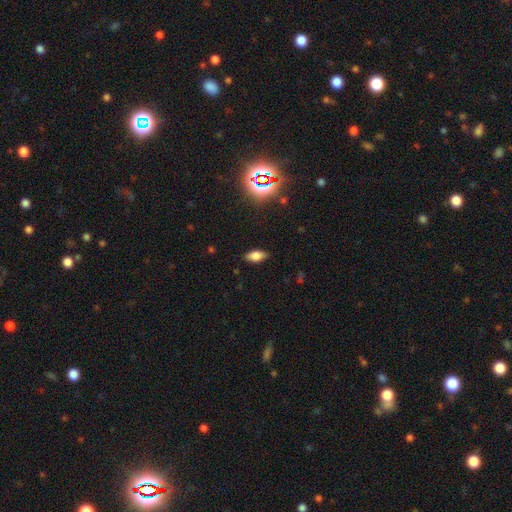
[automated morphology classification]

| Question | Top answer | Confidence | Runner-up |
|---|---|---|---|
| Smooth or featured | smooth | 76% | star or artifact (13%) |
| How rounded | in between | 88% | cigar-shaped (7%) |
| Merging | none | 86% | minor disturbance (10%) |